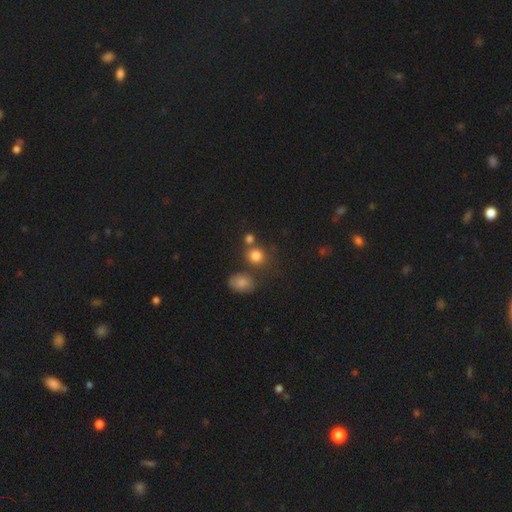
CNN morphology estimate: This appears to be a smooth galaxy with no disk features (80%) that is round (83%). Merging: none (65%).